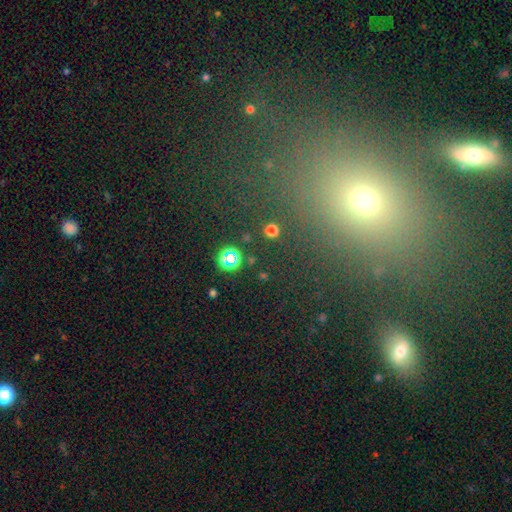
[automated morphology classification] A smooth galaxy with no disk features (47%).

Vote fractions:
- Smooth or featured? smooth: 47% / star or artifact: 39% / featured or disk: 14%
- Merging? none: 77% / minor disturbance: 10% / major disturbance: 7% / merger: 6%